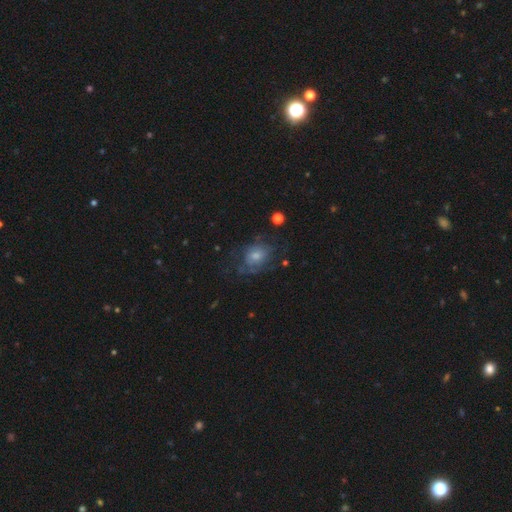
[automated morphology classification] A featured or disk galaxy (50%). Merging: none (59%).